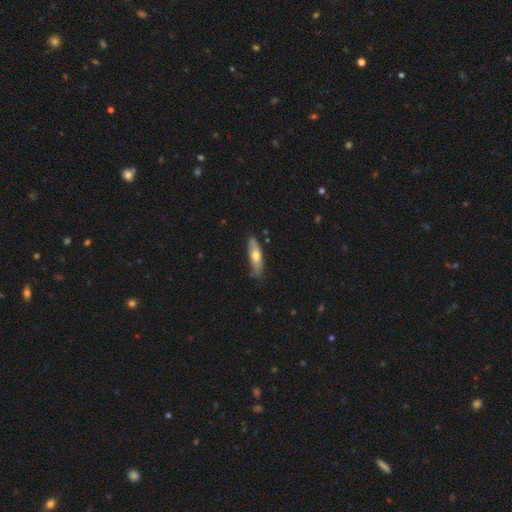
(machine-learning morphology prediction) Smooth or featured? Predicted: smooth (p=0.61). How rounded? Predicted: cigar-shaped (p=0.58). Merging? Predicted: none (p=0.75).